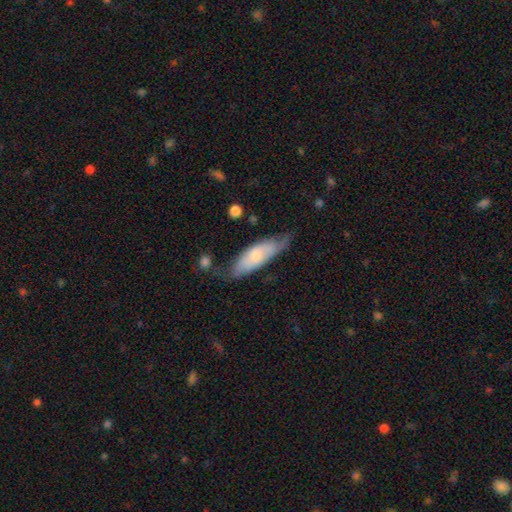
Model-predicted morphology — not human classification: Smooth or featured? Predicted: smooth (p=0.62). How rounded? Predicted: in between (p=0.59). Merging? Predicted: none (p=0.52).